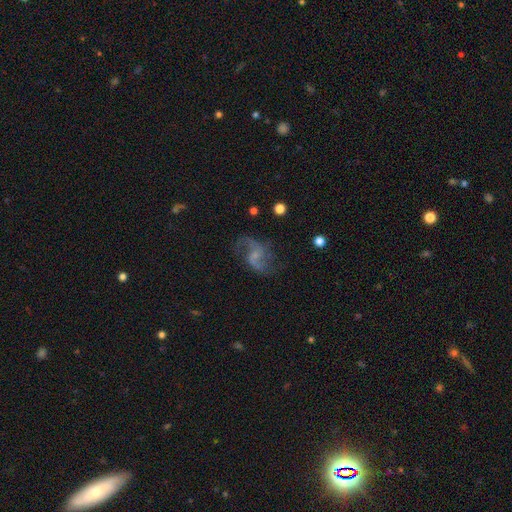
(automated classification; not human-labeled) Overall: featured or disk (82%). Edge-on disk: no (98%). Bar: no (51%; weak 40%). Spiral arms: yes (94%). Spiral arm count: 2 (90%). Spiral winding: loose (69%). Bulge size: small (59%; none 22%). Merging: none (64%).